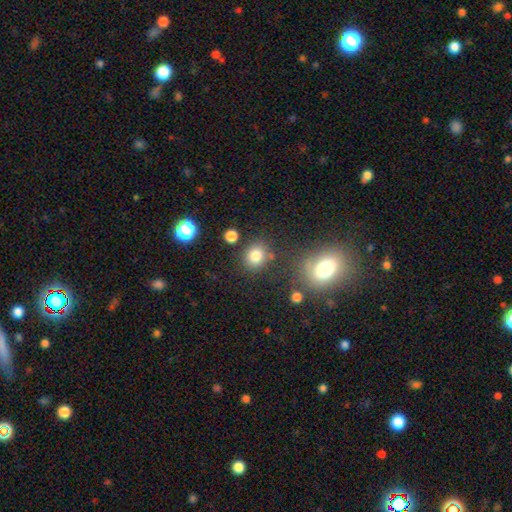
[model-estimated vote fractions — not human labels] Smooth or featured: smooth — 80% (star or artifact — 13%)
How rounded: round — 73% (in between — 26%)
Merging: none — 77% (minor disturbance — 11%)